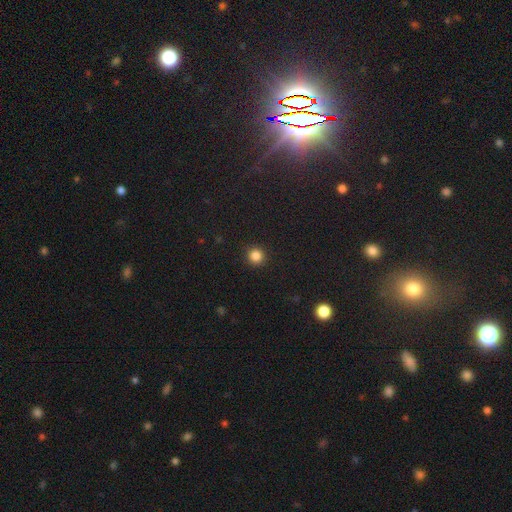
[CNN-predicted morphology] Overall: smooth (85%). How rounded: round (93%). Merging: none (92%).